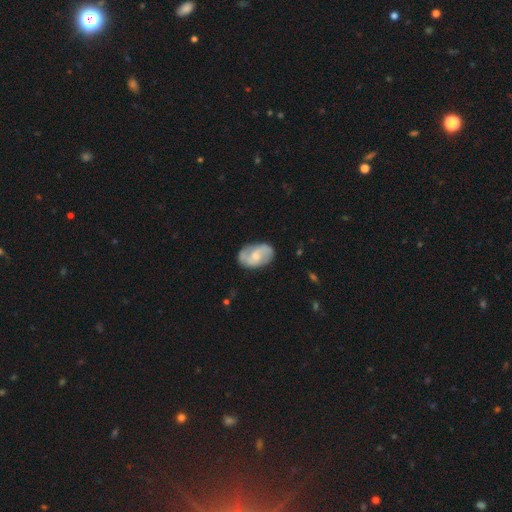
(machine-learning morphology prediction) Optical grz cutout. It shows a featured or disk galaxy (67%) with no bar (54%), 2 (83%) medium (47%) spiral arms (89%) and a small central bulge (45%). Merging: none (74%).